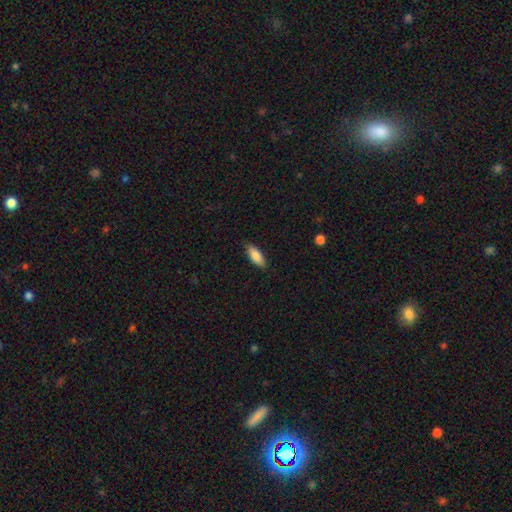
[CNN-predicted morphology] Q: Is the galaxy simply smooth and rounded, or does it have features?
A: smooth — 87%.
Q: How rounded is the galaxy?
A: in between — 75%.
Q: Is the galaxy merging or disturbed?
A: none — 87%.